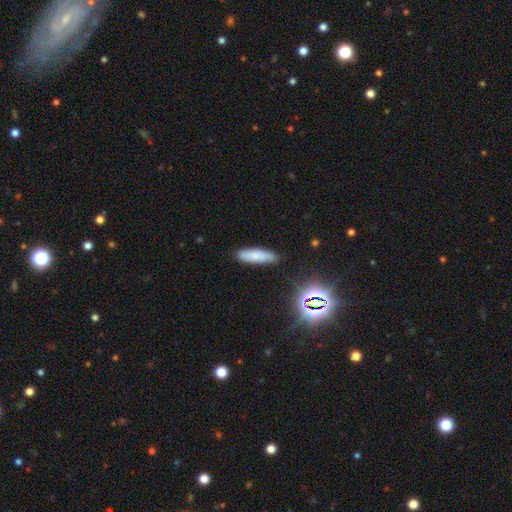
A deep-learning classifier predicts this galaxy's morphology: A smooth galaxy with no disk features (77%) that is cigar-shaped (64%).

Vote fractions:
- Smooth or featured? smooth: 77% / featured or disk: 13% / star or artifact: 10%
- How rounded? cigar-shaped: 64% / in between: 34% / round: 2%
- Merging? none: 85% / minor disturbance: 11% / major disturbance: 2% / merger: 2%